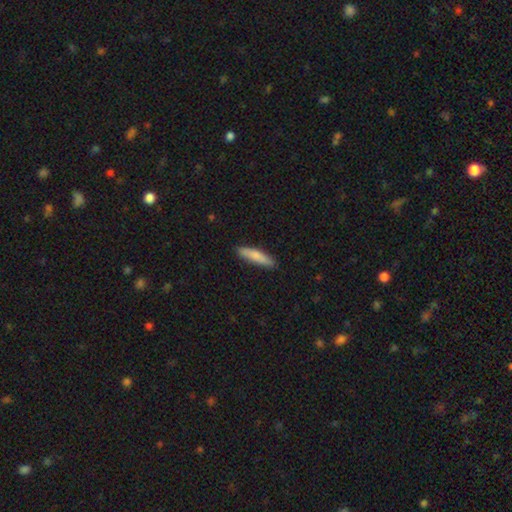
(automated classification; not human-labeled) Smooth or featured? smooth (80%)
How rounded? cigar-shaped (80%)
Merging? none (88%)